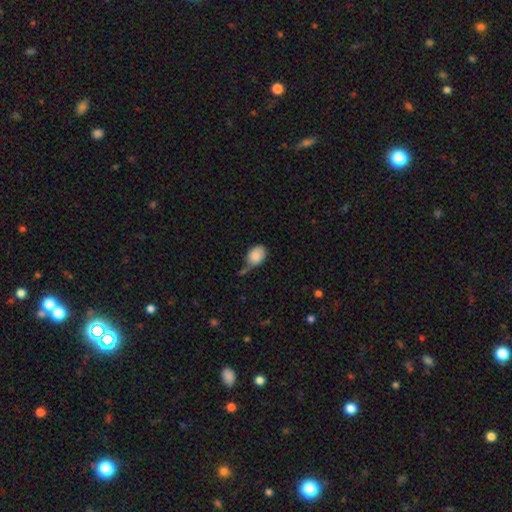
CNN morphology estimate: Smooth or featured? smooth (85%)
How rounded? in between (77%)
Merging? none (37%)